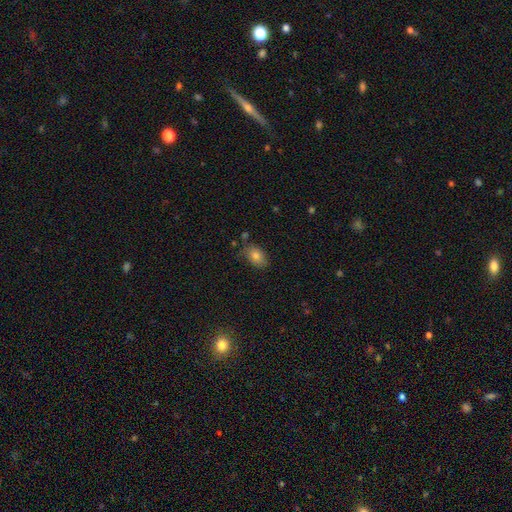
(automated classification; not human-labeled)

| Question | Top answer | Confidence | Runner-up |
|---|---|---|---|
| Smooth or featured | smooth | 80% | featured or disk (11%) |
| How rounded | in between | 83% | round (15%) |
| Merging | none | 72% | minor disturbance (20%) |